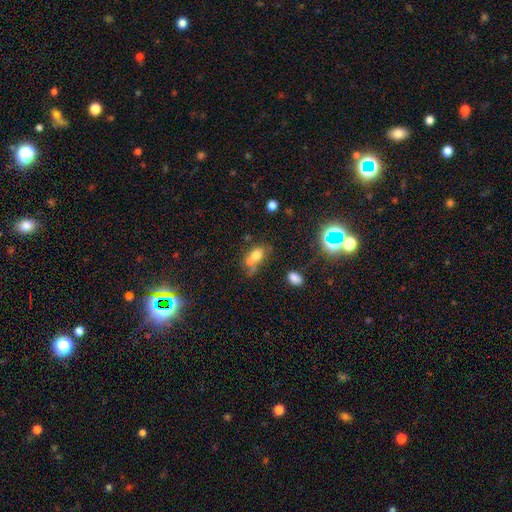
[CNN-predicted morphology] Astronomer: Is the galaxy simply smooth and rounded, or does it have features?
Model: smooth — 69%.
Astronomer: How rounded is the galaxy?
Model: in between — 80%.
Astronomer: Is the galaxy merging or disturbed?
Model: none — 36% (runner-up: merger, 33%).